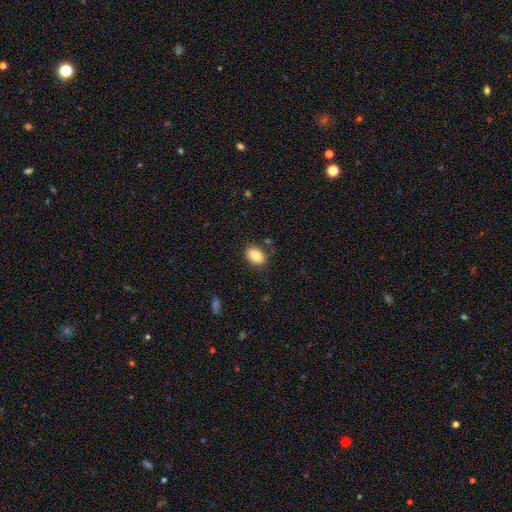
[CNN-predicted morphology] Smooth or featured? Predicted: smooth (p=0.84). How rounded? Predicted: in between (p=0.81). Merging? Predicted: none (p=0.81).